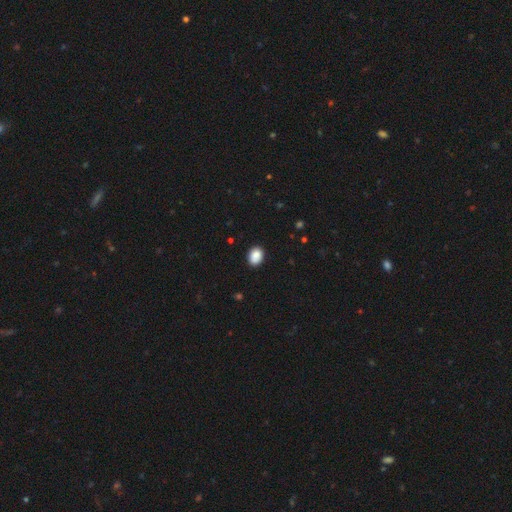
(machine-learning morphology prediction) Smooth or featured? Predicted: smooth (p=0.87). How rounded? Predicted: in between (p=0.61). Merging? Predicted: none (p=0.86).